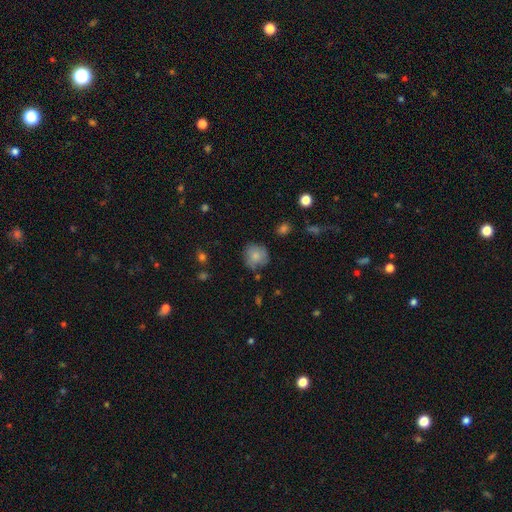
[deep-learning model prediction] Morphology: type=smooth (78%); roundness=round (87%); merging=none (70%).